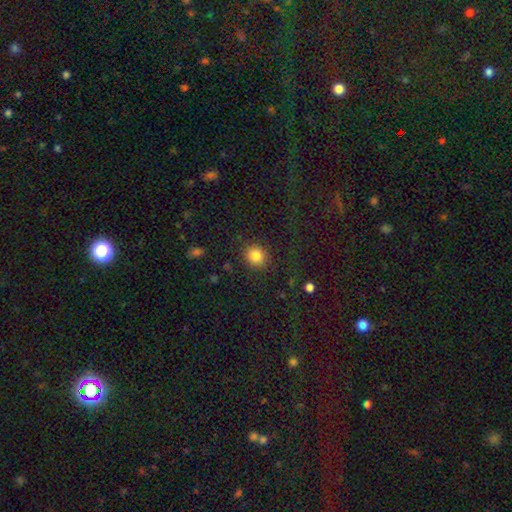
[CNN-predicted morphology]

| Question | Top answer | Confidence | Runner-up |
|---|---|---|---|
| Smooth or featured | smooth | 84% | star or artifact (11%) |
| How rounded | round | 80% | in between (19%) |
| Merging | none | 87% | minor disturbance (8%) |